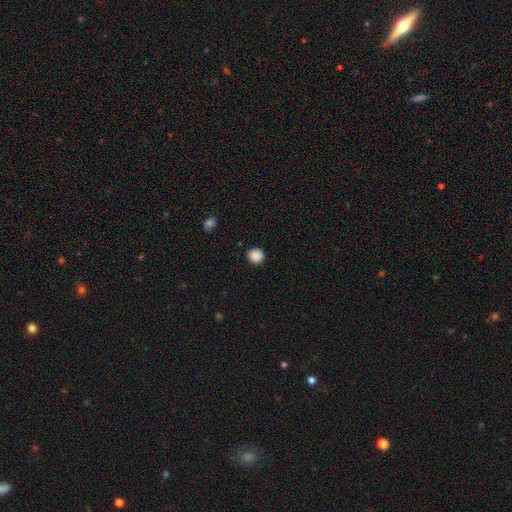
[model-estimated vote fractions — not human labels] Smooth or featured?
  - smooth: 87% *
  - star or artifact: 9%
  - featured or disk: 3%
How rounded?
  - round: 92% *
  - in between: 7%
  - cigar-shaped: 1%
Merging?
  - none: 90% *
  - minor disturbance: 6%
  - major disturbance: 2%
  - merger: 1%